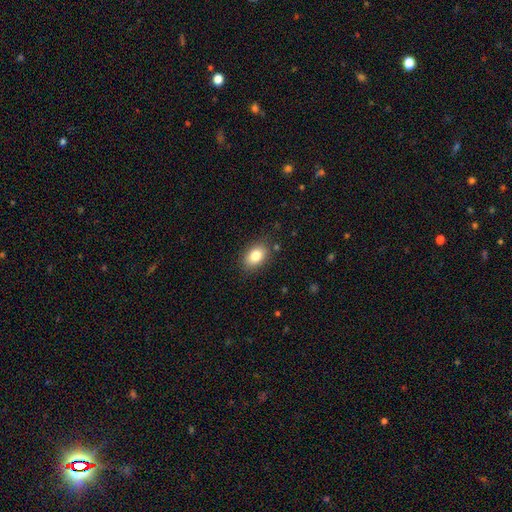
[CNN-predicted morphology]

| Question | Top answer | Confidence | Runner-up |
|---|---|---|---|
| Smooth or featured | smooth | 82% | featured or disk (9%) |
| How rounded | in between | 81% | round (18%) |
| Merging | none | 84% | minor disturbance (12%) |